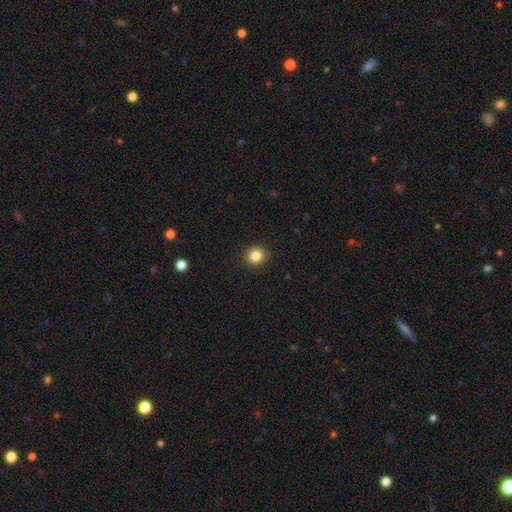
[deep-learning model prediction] Overall: smooth (84%). How rounded: round (90%). Merging: none (92%).